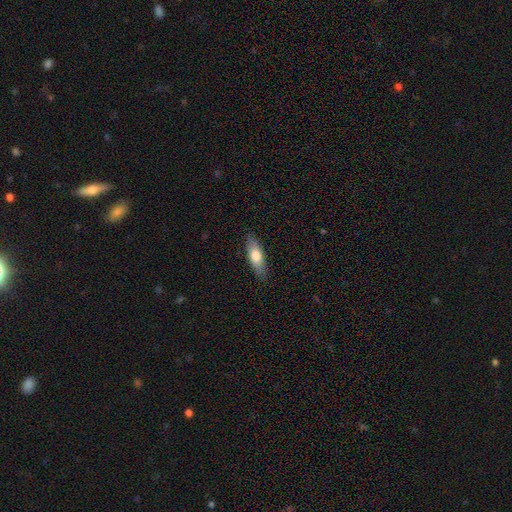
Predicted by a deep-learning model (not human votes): smooth 71%, featured or disk 24%, star or artifact 6%. Down the decision tree: how rounded — in between (59%); merging — none (86%).